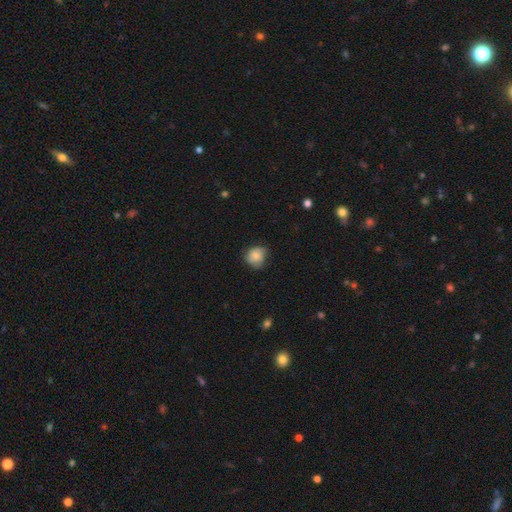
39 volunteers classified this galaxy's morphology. Volunteers were most divided on "merging": none: 50%, minor disturbance: 42%, major disturbance: 6%, merger: 3%. More confident: smooth or featured — smooth (77%); how rounded — round (77%).